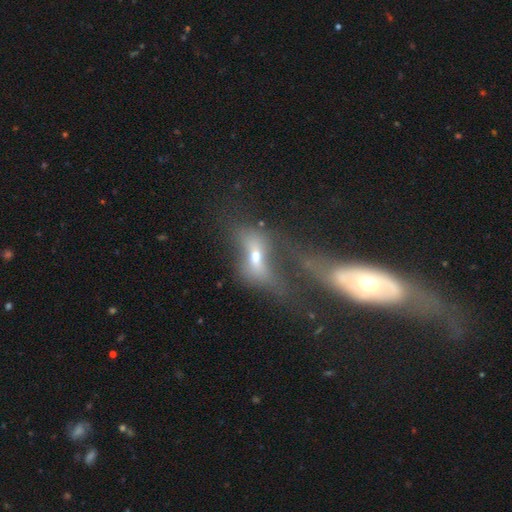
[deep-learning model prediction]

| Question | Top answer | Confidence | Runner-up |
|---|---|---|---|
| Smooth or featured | featured or disk | 44% | smooth (41%) |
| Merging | merger | 48% | major disturbance (26%) |